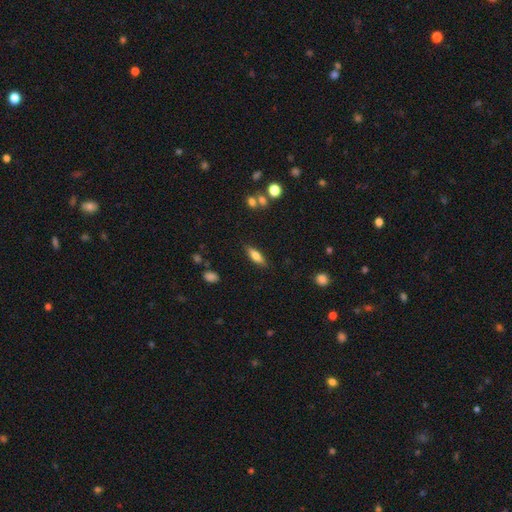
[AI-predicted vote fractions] This is likely a smooth galaxy (71%). How rounded: possibly in between (59%). Merging: clearly none (86%).